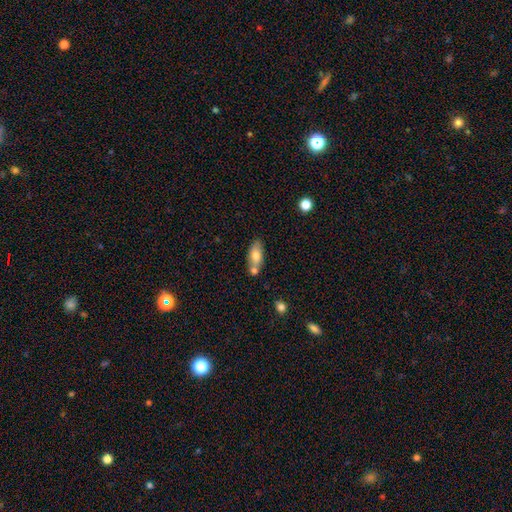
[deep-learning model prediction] Overall: smooth (71%). How rounded: in between (79%). Merging: none (61%; merger 23%).